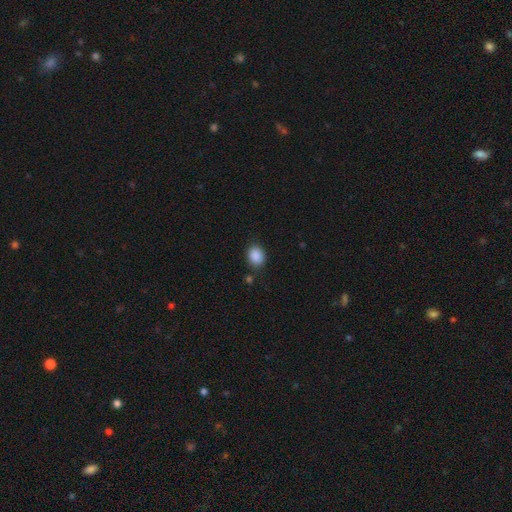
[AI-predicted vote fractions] A smooth galaxy with no disk features (89%) that is in between round and cigar-shaped (51%). Merging: none (83%).